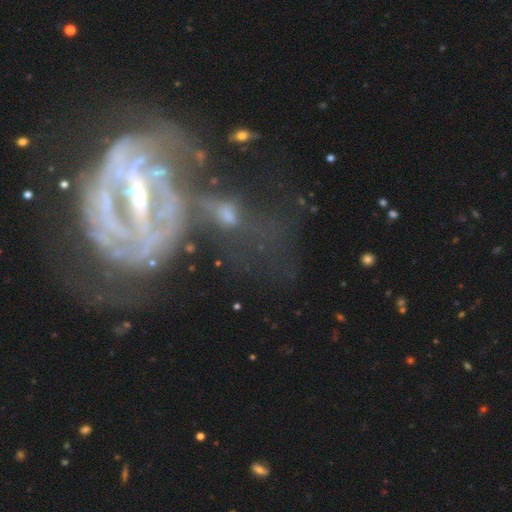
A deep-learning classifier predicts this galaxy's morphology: A featured or disk galaxy (79%) with a strong bar (57%), tight (51%) spiral arms (71%) and a small central bulge (64%). Merging: major disturbance (35%).